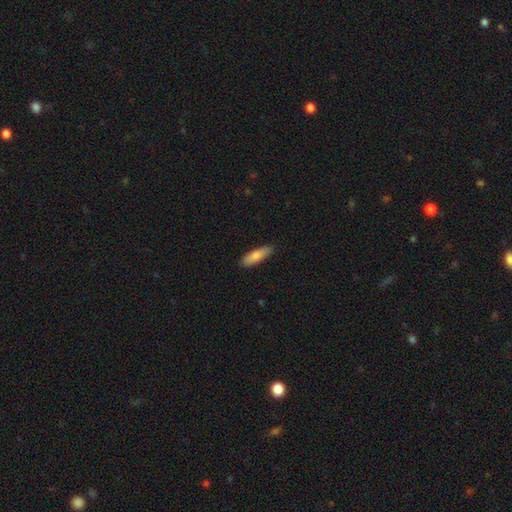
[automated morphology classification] Smooth or featured? smooth (81%)
How rounded? cigar-shaped (57%)
Merging? none (86%)